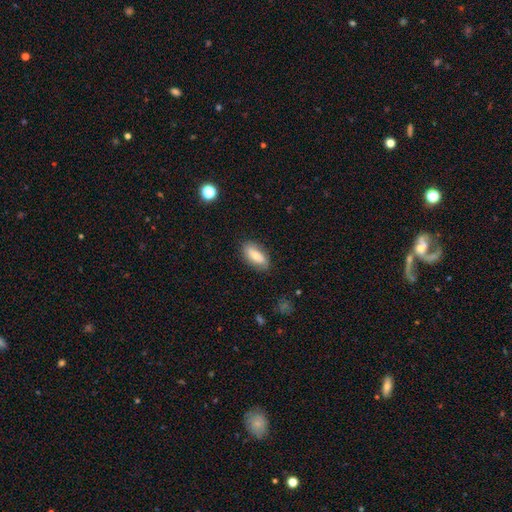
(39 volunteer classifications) smooth_or_featured: smooth (p=0.69) [alt: featured or disk p=0.21]
how_rounded: in between (p=0.96) [alt: cigar-shaped p=0.04]
merging: none (p=0.89) [alt: minor disturbance p=0.09]